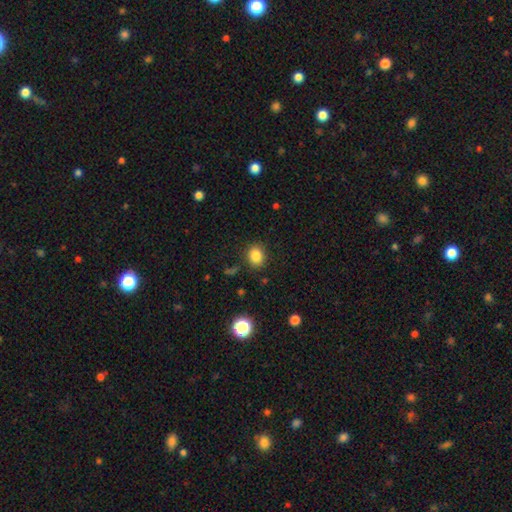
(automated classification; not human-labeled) Morphology: type=smooth (84%); roundness=round (58%); merging=none (85%).